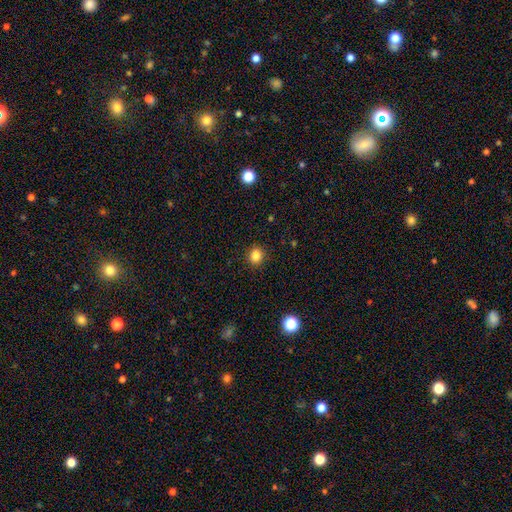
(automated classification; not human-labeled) The model was most divided on "how rounded": round: 79%, in between: 20%, cigar-shaped: 1%. More confident: merging — none (90%); smooth or featured — smooth (84%).